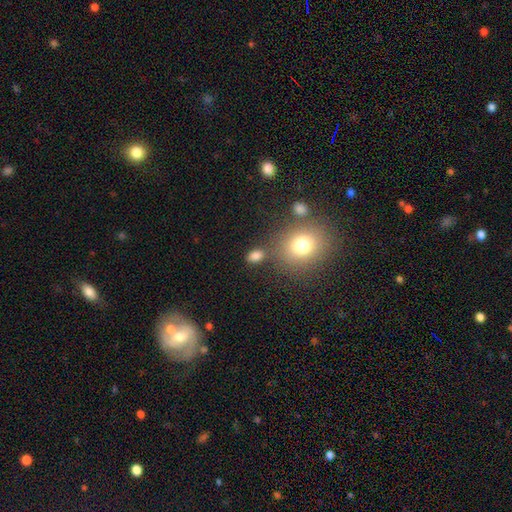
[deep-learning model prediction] smooth 82%, star or artifact 12%, featured or disk 6%. Down the decision tree: how rounded — in between (71%); merging — none (73%).